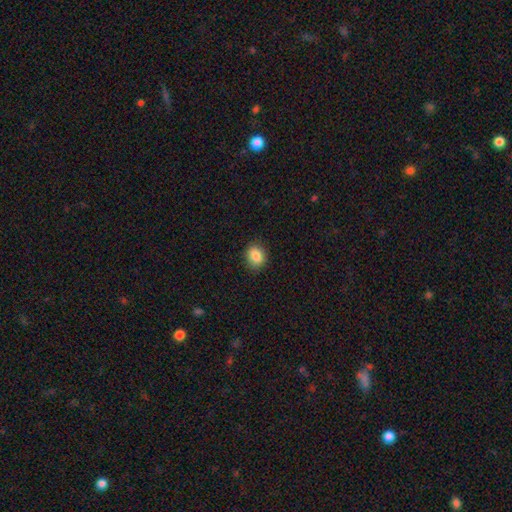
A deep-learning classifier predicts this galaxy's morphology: A smooth galaxy with no disk features (86%) that is round (65%). Merging: none (87%).